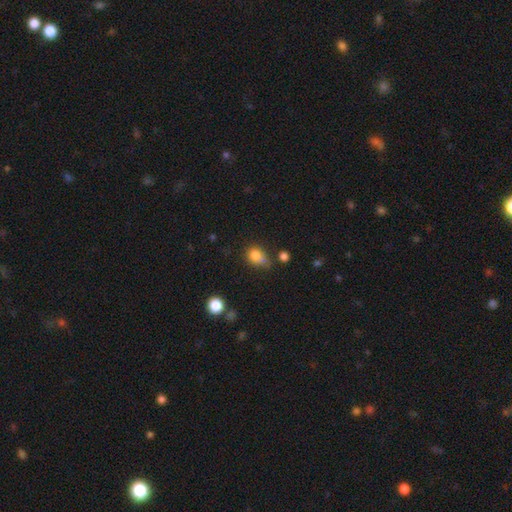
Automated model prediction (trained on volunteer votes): Smooth or featured? smooth (78%)
How rounded? in between (53%)
Merging? none (40%)